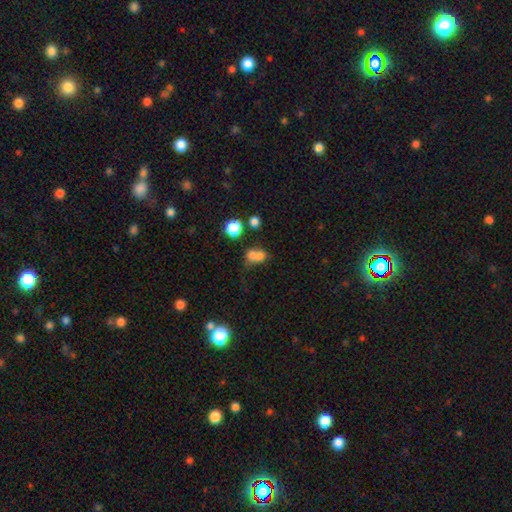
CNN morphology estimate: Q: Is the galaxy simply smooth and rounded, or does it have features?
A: smooth — 70%.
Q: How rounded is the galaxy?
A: round — 64%.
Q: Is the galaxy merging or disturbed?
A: merger — 57%.